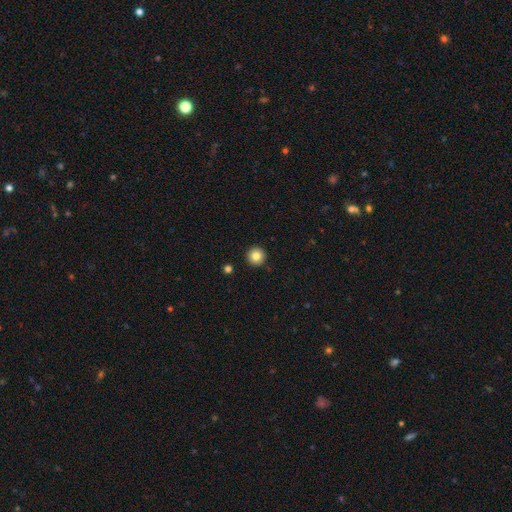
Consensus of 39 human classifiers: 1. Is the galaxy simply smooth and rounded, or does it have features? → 87% smooth, 8% featured or disk, 5% star or artifact.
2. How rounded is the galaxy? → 100% round, 0% in between, 0% cigar-shaped.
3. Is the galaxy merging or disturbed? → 97% none, 3% minor disturbance, 0% major disturbance, 0% merger.